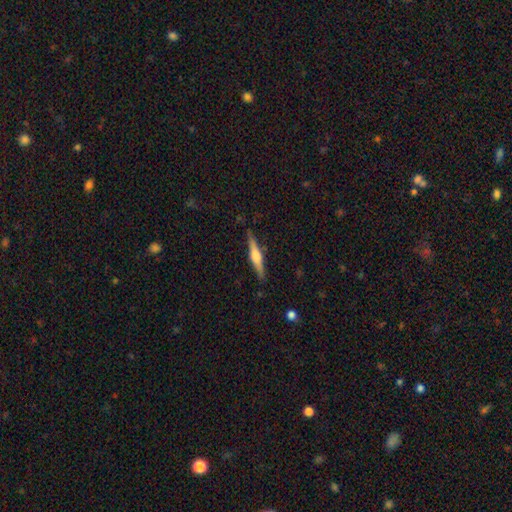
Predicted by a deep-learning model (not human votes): Morphology: type=featured or disk (70%); edge-on=yes (98%); edge-on bulge=rounded (81%); merging=none (87%).